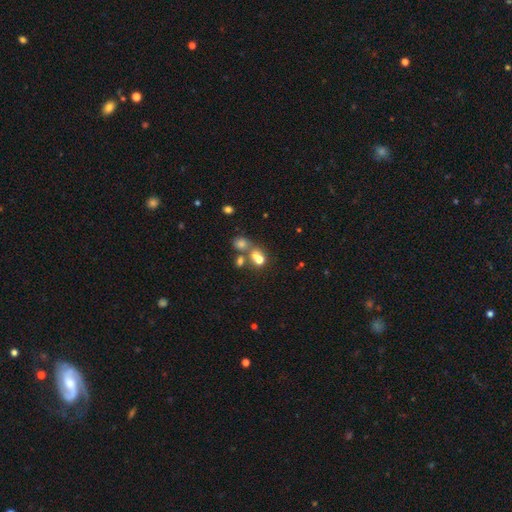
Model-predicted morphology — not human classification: Smooth or featured? Predicted: smooth (p=0.62). How rounded? Predicted: round (p=0.69). Merging? Predicted: merger (p=0.48).